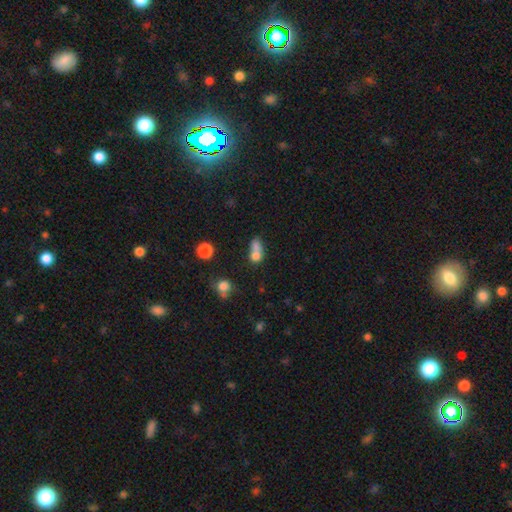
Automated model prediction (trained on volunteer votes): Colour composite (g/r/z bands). It shows a smooth galaxy with no disk features (72%) that is round (48%). Merging: merger (59%).